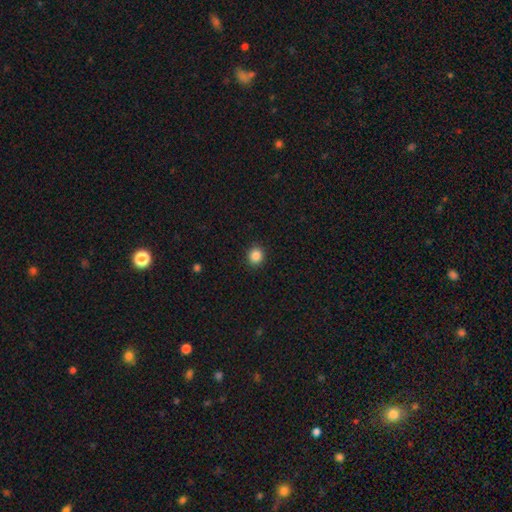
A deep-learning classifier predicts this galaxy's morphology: Smooth or featured: smooth — 86% (star or artifact — 10%)
How rounded: round — 86% (in between — 13%)
Merging: none — 92% (minor disturbance — 6%)